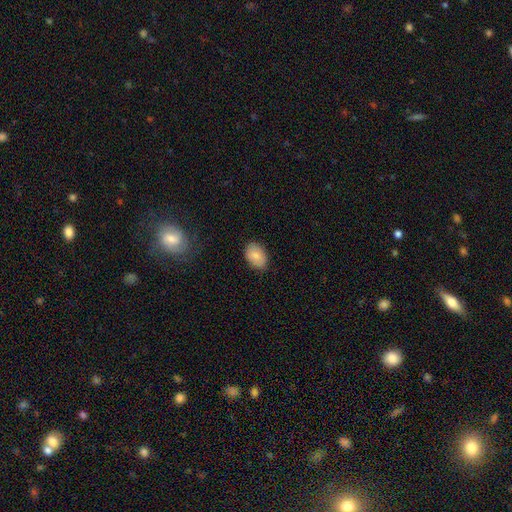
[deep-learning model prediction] Q: Smooth or featured?
A: smooth (82%); runner-up: featured or disk (11%)
Q: How rounded?
A: in between (87%); runner-up: round (12%)
Q: Merging?
A: none (84%); runner-up: minor disturbance (12%)